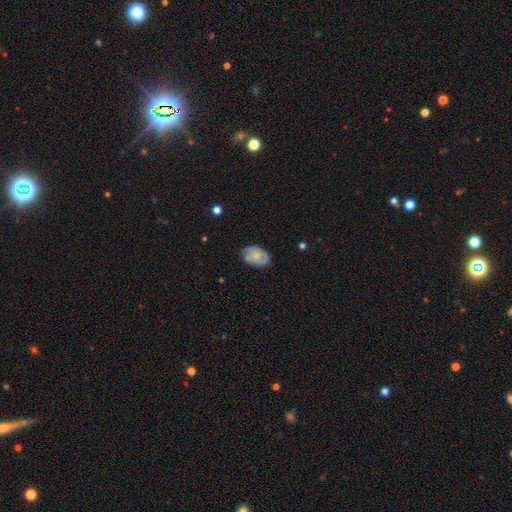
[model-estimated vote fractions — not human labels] Smooth or featured: smooth — 57% (featured or disk — 36%)
How rounded: in between — 86% (round — 13%)
Merging: none — 72% (minor disturbance — 21%)